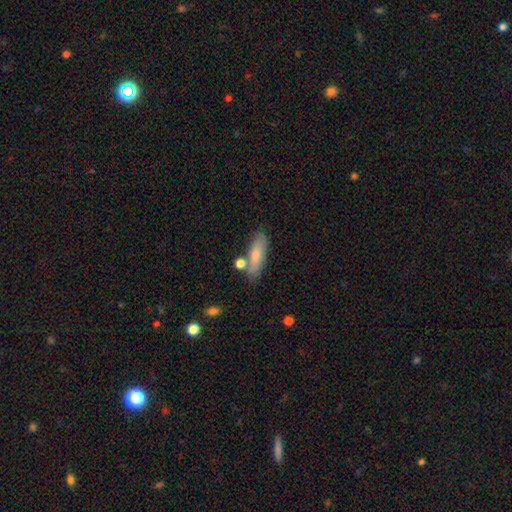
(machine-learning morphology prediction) Smooth or featured?
  - smooth: 72% *
  - featured or disk: 21%
  - star or artifact: 7%
How rounded?
  - in between: 52% *
  - cigar-shaped: 45%
  - round: 3%
Merging?
  - none: 68% *
  - minor disturbance: 16%
  - merger: 12%
  - major disturbance: 4%